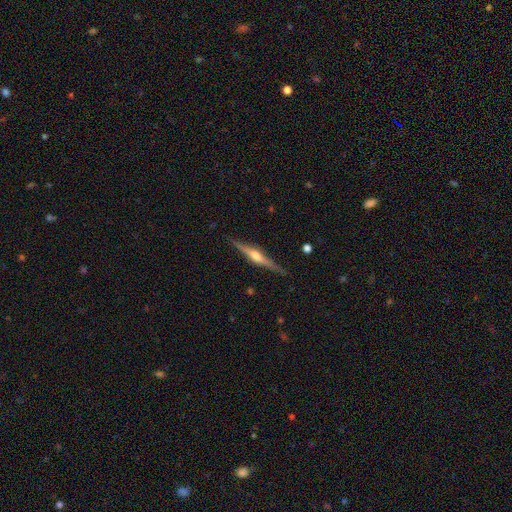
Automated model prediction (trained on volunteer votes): A featured or disk galaxy (80%) viewed edge-on (98%) with a rounded central bulge (91%). Merging: none (89%).